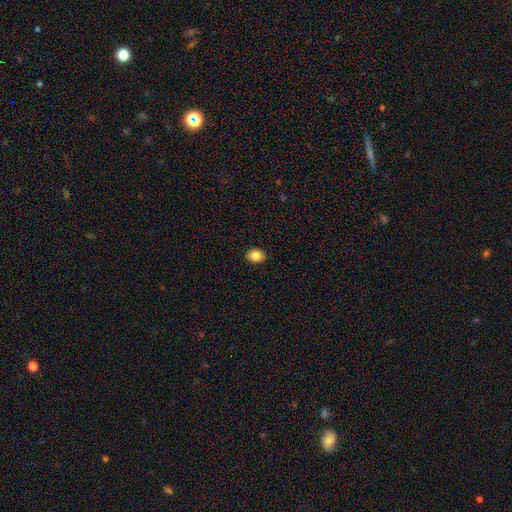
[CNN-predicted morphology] Smooth or featured? Predicted: smooth (p=0.84). How rounded? Predicted: in between (p=0.64). Merging? Predicted: none (p=0.90).